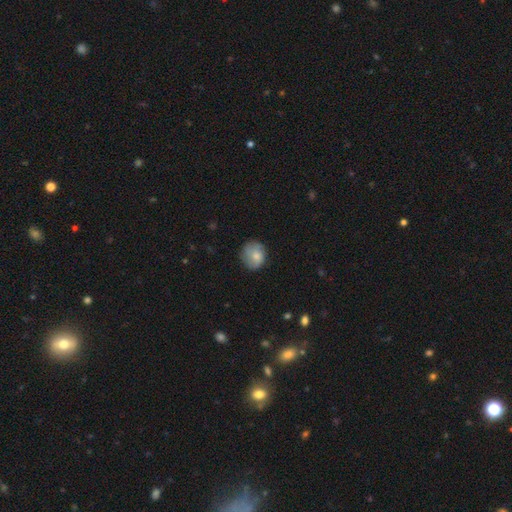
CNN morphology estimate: smooth 76%, featured or disk 17%, star or artifact 8%. Down the decision tree: how rounded — round (72%); merging — none (69%).